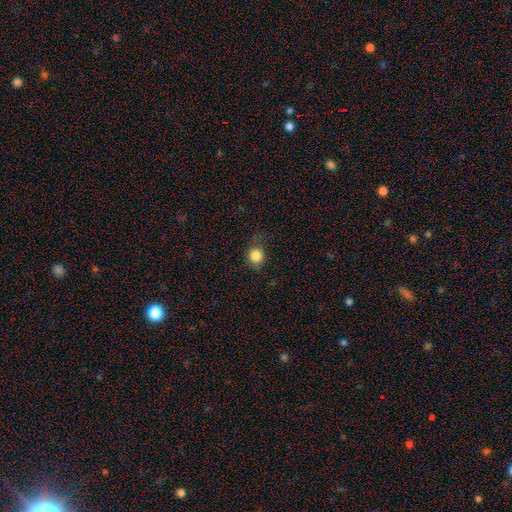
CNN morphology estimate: Smooth or featured? Predicted: smooth (p=0.84). How rounded? Predicted: round (p=0.84). Merging? Predicted: none (p=0.77).